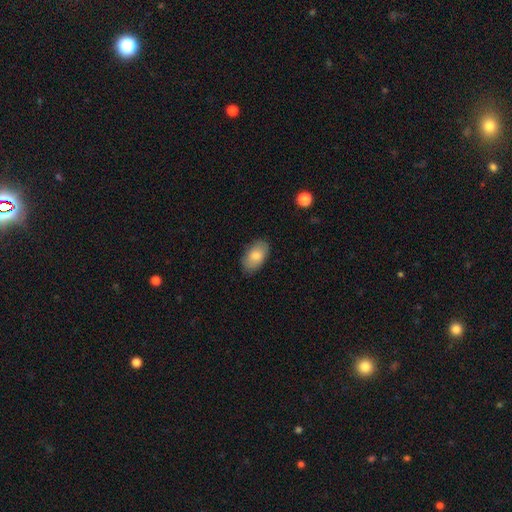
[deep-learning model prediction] smooth_or_featured: smooth (p=0.79) [alt: featured or disk p=0.14]
how_rounded: in between (p=0.93) [alt: round p=0.05]
merging: none (p=0.85) [alt: minor disturbance p=0.12]